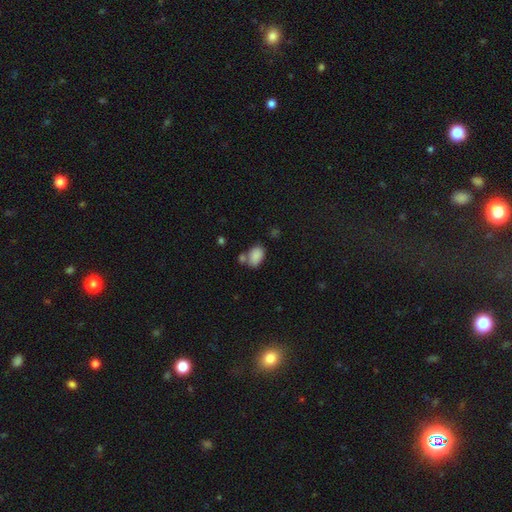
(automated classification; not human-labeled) This is clearly a smooth galaxy (85%). How rounded: clearly in between (88%). Merging: possibly none (53%).